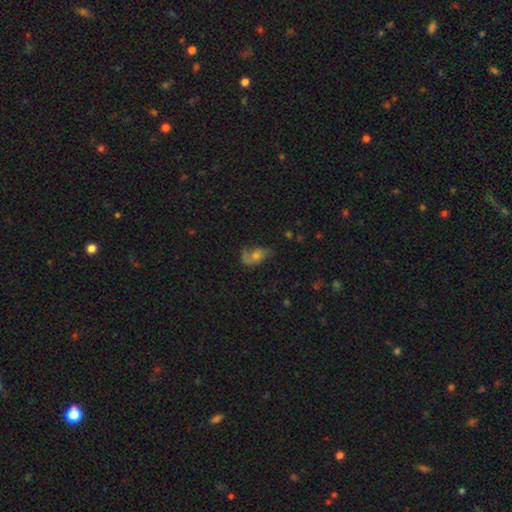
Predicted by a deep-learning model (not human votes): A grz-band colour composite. It shows a featured or disk galaxy (55%) with no bar (72%), spiral arms (81%) and a moderate central bulge (48%). Merging: none (48%).